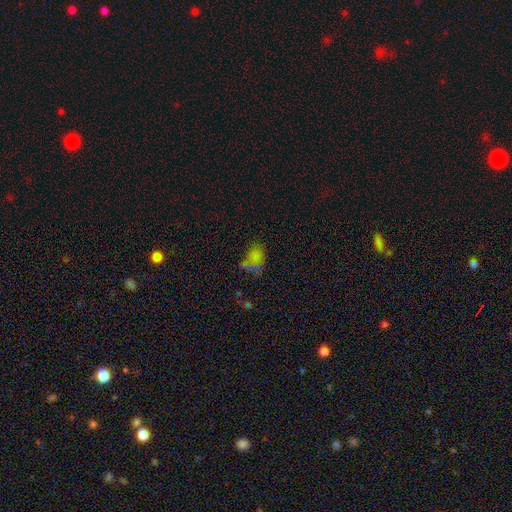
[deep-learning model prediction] Smooth or featured? Predicted: smooth (p=0.57). How rounded? Predicted: in between (p=0.77). Merging? Predicted: none (p=0.37).